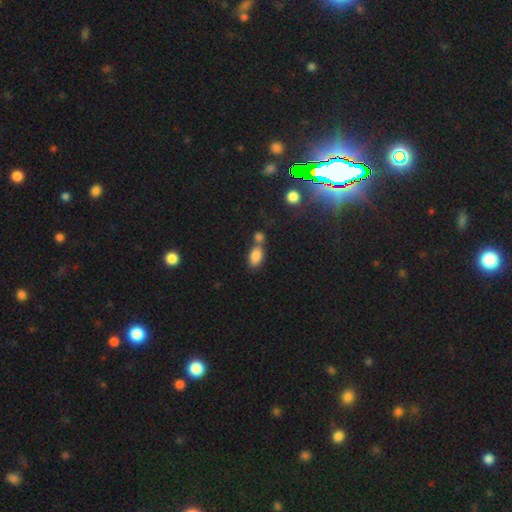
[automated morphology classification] A smooth galaxy with no disk features (83%) that is in between round and cigar-shaped (89%).

Vote fractions:
- Smooth or featured? smooth: 83% / star or artifact: 9% / featured or disk: 7%
- How rounded? in between: 89% / round: 9% / cigar-shaped: 3%
- Merging? merger: 44% / none: 40% / minor disturbance: 11% / major disturbance: 5%